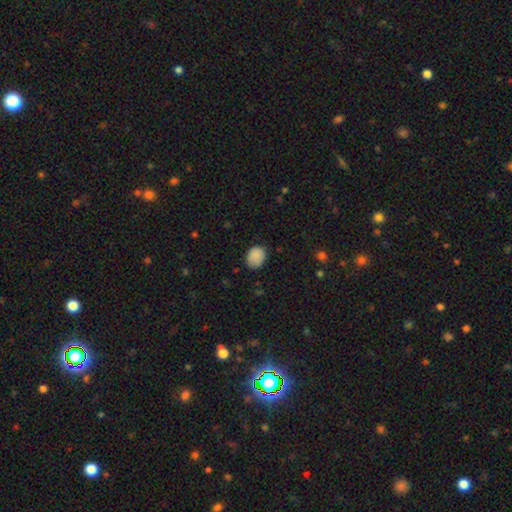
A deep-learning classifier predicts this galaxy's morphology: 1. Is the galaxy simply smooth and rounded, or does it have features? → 87% smooth, 8% star or artifact, 5% featured or disk.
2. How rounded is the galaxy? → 50% round, 49% in between, 1% cigar-shaped.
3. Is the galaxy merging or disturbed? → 74% none, 21% minor disturbance, 4% major disturbance, 1% merger.